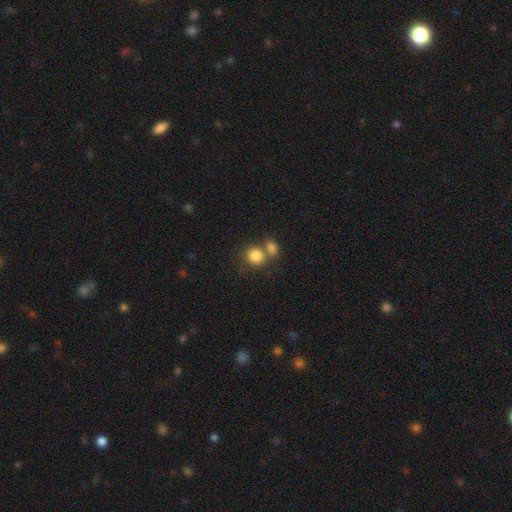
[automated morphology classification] A smooth galaxy with no disk features (84%) that is round (78%). Merging: none (45%).